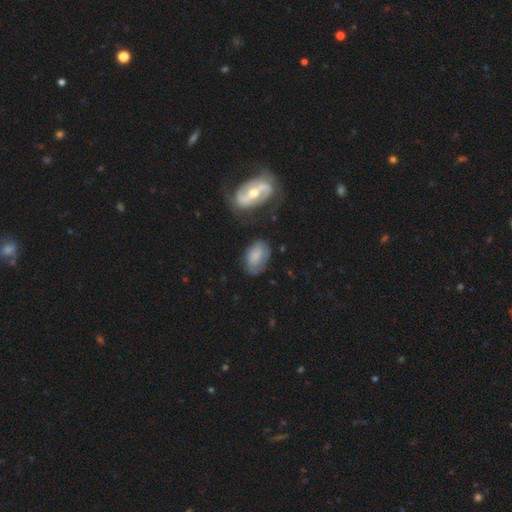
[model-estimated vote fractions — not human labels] smooth-or-featured: smooth: 65% | featured or disk: 27% | star or artifact: 8%
  how-rounded: in between: 89% | round: 10% | cigar-shaped: 2%
  merging: none: 58% | minor disturbance: 26% | major disturbance: 10% | merger: 6%